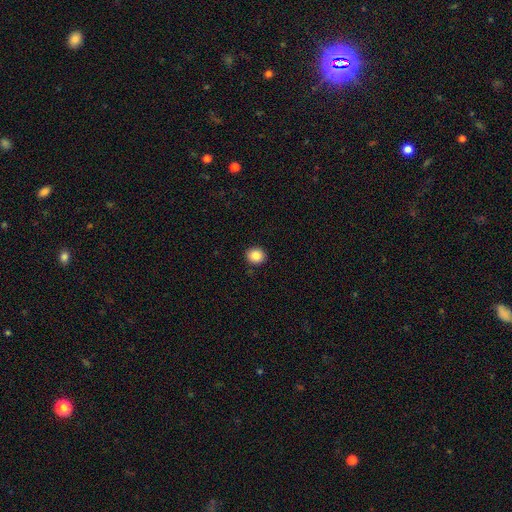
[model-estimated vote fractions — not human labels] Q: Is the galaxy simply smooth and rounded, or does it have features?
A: smooth — 85%.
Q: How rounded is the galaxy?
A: round — 85%.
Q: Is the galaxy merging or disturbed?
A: none — 92%.